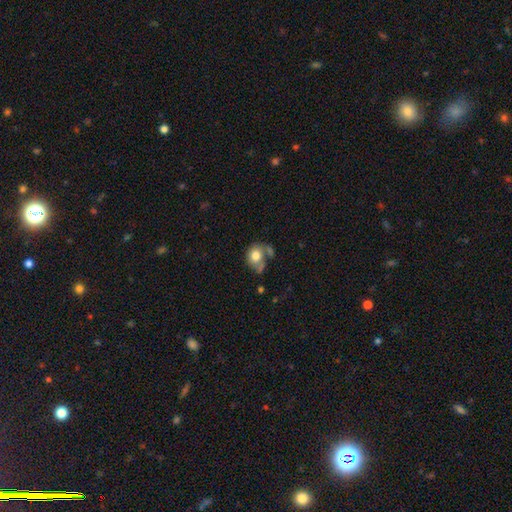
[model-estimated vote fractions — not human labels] Morphology: type=smooth (74%); roundness=round (51%); merging=none (34%).